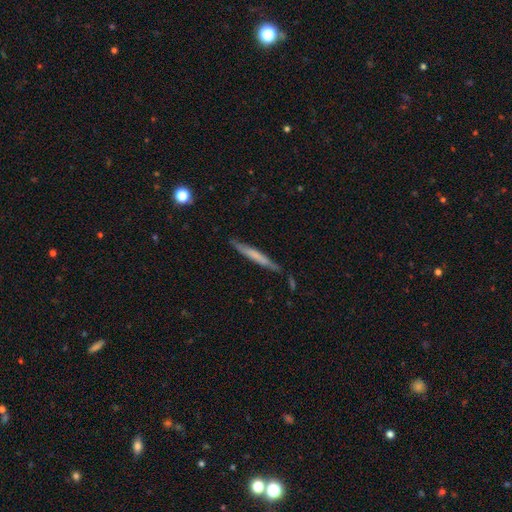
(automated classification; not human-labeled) The model was most divided on "smooth or featured": smooth: 52%, featured or disk: 42%, star or artifact: 6%. More confident: how rounded — cigar-shaped (96%); merging — none (81%).